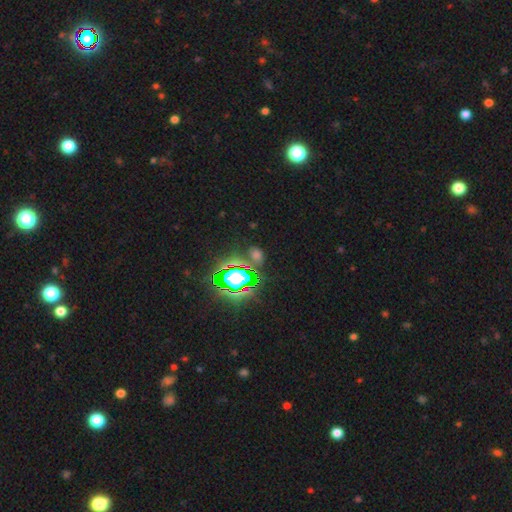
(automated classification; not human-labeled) smooth_or_featured: star or artifact (p=0.54) [alt: smooth p=0.33]